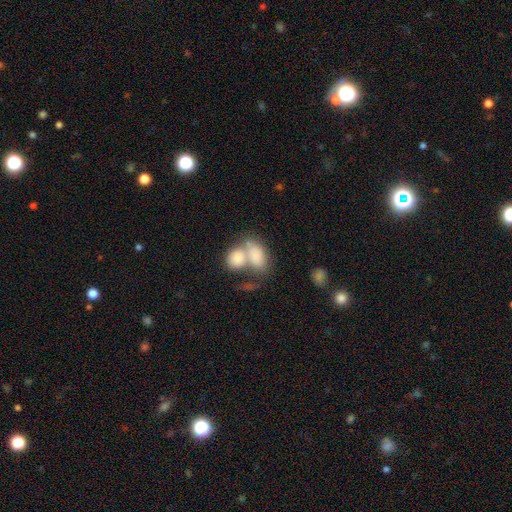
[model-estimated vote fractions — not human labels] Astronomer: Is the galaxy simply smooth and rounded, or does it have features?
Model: smooth — 77%.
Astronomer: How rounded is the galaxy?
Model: in between — 84%.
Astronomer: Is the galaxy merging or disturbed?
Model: merger — 65%.